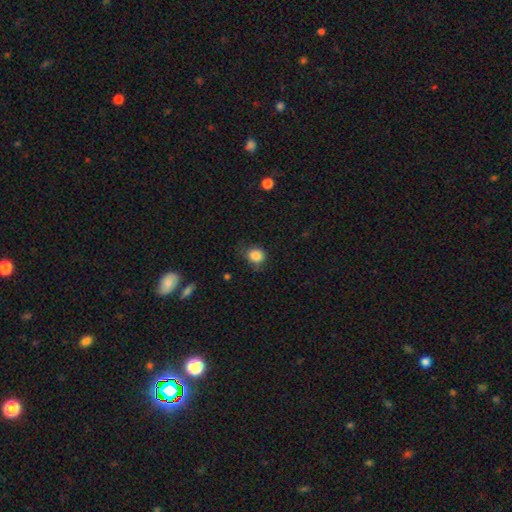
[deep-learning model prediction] Smooth or featured: smooth — 85% (star or artifact — 10%)
How rounded: round — 67% (in between — 32%)
Merging: none — 65% (minor disturbance — 26%)